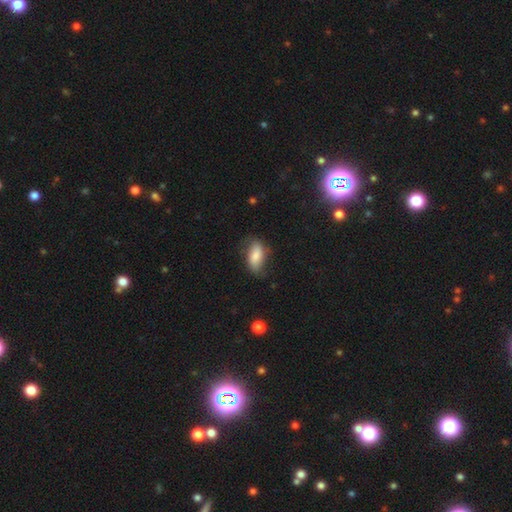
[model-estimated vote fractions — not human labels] Smooth or featured? smooth (75%)
How rounded? in between (88%)
Merging? none (61%)